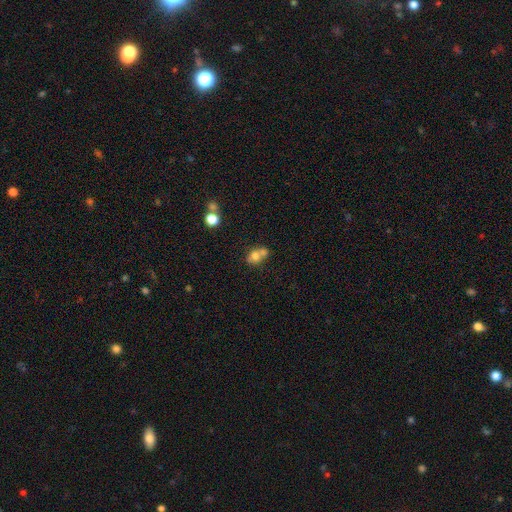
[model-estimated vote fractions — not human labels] A smooth galaxy with no disk features (70%) that is round (63%). Merging: merger (55%).